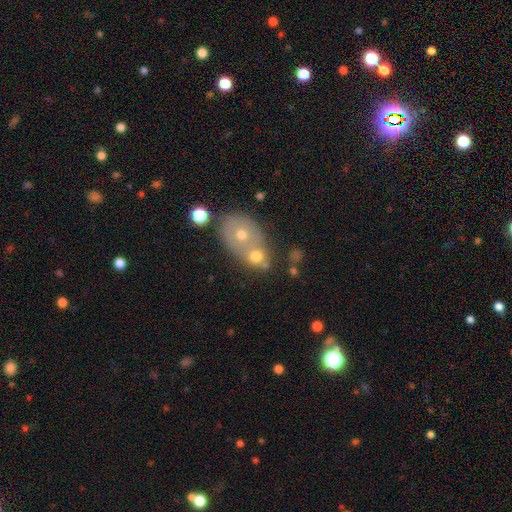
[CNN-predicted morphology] smooth 59%, featured or disk 28%, star or artifact 13%. Down the decision tree: how rounded — round (57%); merging — merger (61%).